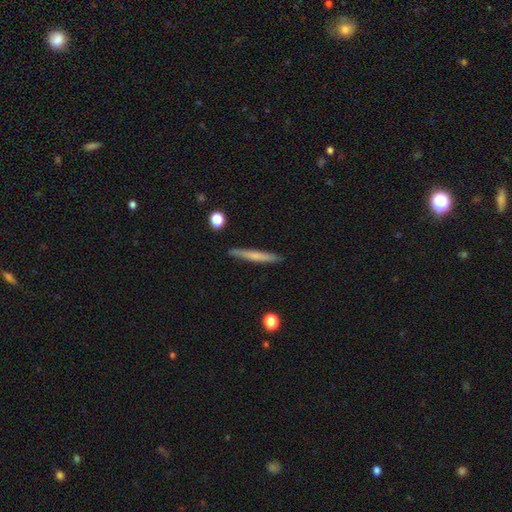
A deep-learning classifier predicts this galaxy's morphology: This is likely a smooth galaxy (62%). How rounded: clearly cigar-shaped (95%). Merging: clearly none (89%).